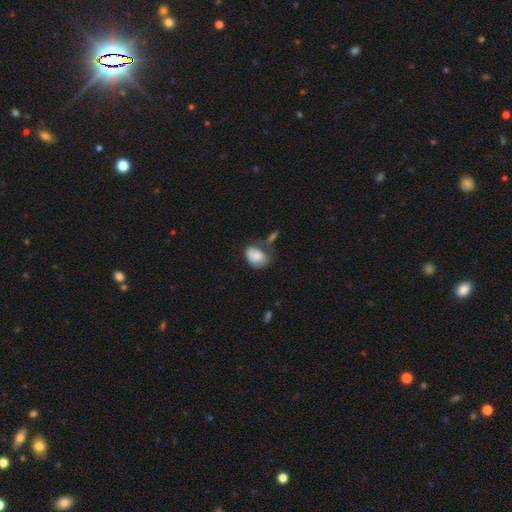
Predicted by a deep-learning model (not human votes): The model was most divided on "merging": none: 39%, minor disturbance: 29%, merger: 16%, major disturbance: 15%. More confident: smooth or featured — smooth (80%); how rounded — in between (76%).